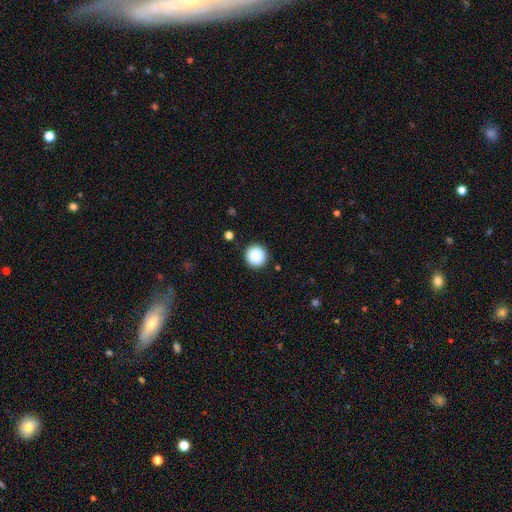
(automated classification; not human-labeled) Overall: smooth (87%). How rounded: round (96%). Merging: none (91%).